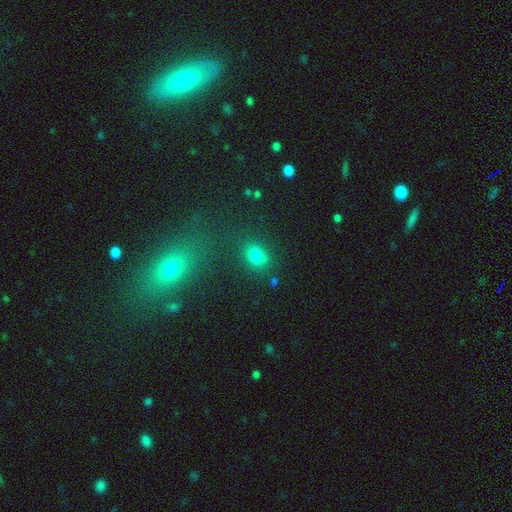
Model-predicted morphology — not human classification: smooth 77%, star or artifact 16%, featured or disk 7%. Down the decision tree: how rounded — in between (60%); merging — none (74%).